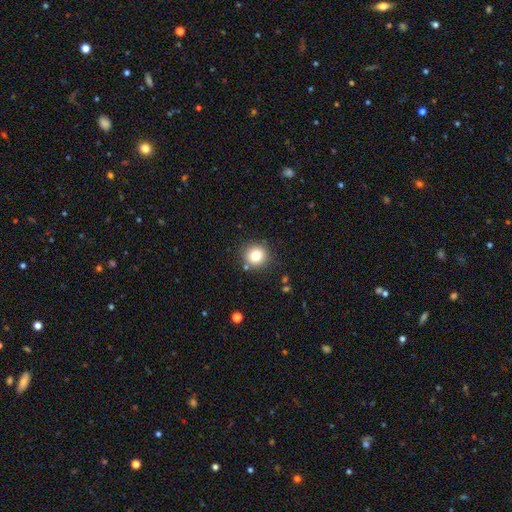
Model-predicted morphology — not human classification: Smooth or featured: smooth — 81% (star or artifact — 11%)
How rounded: round — 92% (in between — 7%)
Merging: none — 86% (minor disturbance — 8%)